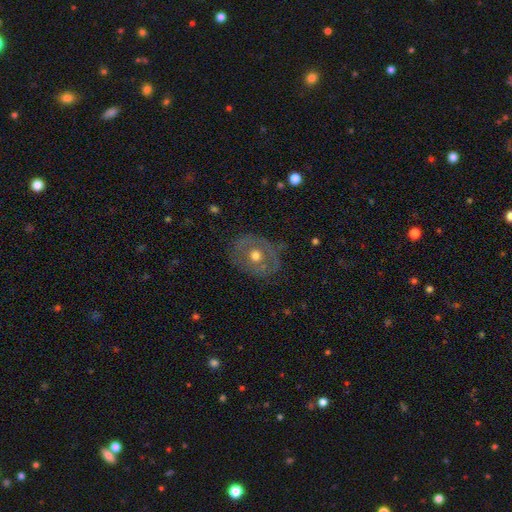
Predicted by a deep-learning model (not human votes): Smooth or featured?
  - featured or disk: 49% *
  - smooth: 44%
  - star or artifact: 7%
Merging?
  - none: 74% *
  - minor disturbance: 17%
  - major disturbance: 7%
  - merger: 2%